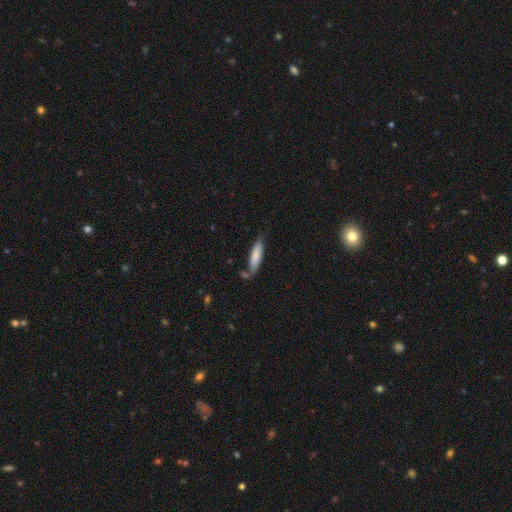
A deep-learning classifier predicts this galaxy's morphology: Smooth or featured: smooth — 78% (featured or disk — 16%)
How rounded: cigar-shaped — 66% (in between — 32%)
Merging: none — 61% (minor disturbance — 22%)